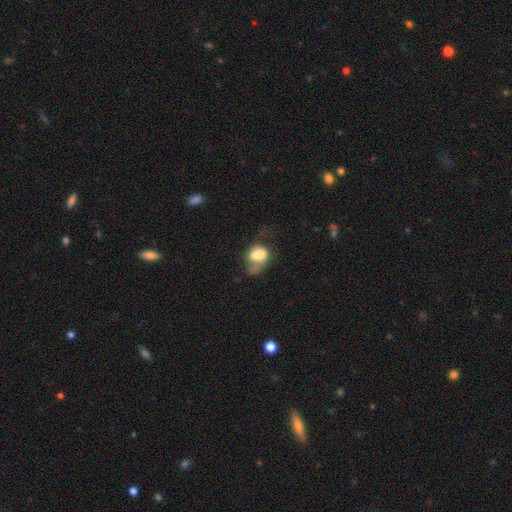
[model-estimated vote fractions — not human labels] Smooth or featured? smooth (62%)
How rounded? in between (70%)
Merging? major disturbance (29%)